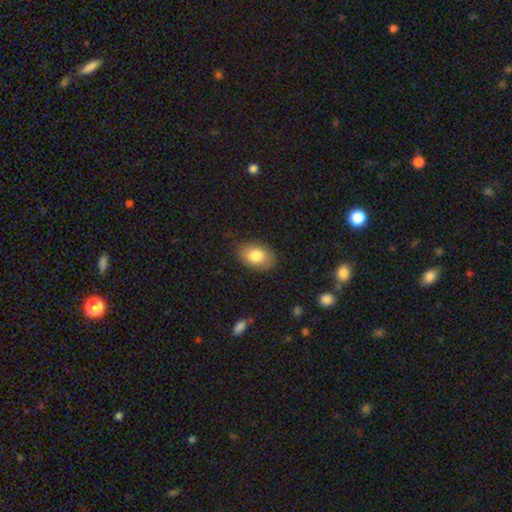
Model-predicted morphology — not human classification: Overall: smooth (82%). How rounded: in between (86%). Merging: none (84%).